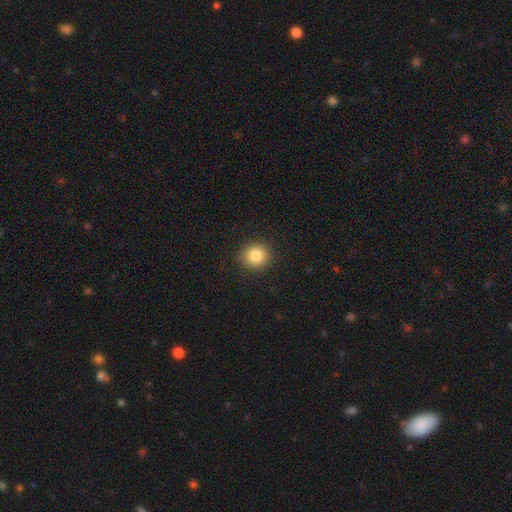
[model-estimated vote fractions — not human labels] smooth 84%, star or artifact 10%, featured or disk 6%. Down the decision tree: how rounded — round (85%); merging — none (90%).